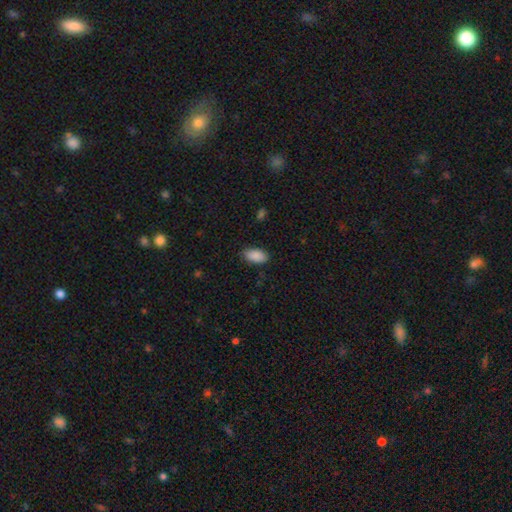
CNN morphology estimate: The model was most divided on "merging": none: 85%, minor disturbance: 11%, major disturbance: 2%, merger: 1%. More confident: how rounded — in between (94%); smooth or featured — smooth (90%).